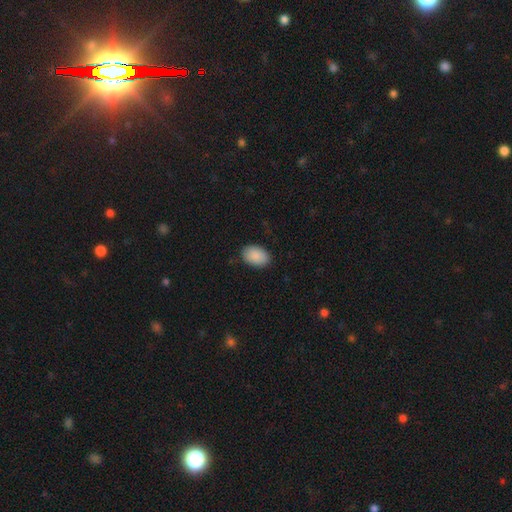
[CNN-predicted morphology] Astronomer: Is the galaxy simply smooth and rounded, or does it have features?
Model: smooth — 90%.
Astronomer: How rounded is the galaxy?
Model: in between — 87%.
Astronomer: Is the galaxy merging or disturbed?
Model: none — 87%.